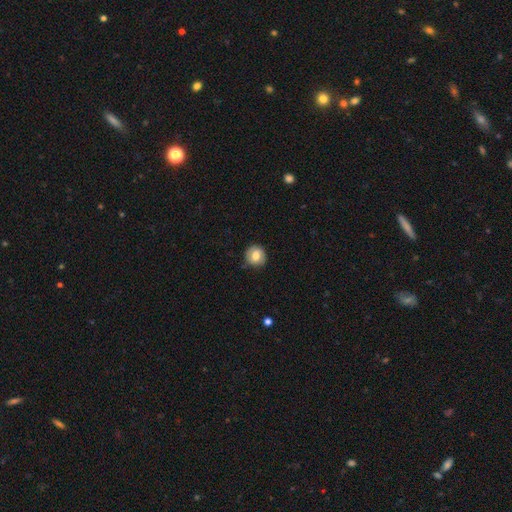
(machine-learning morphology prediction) A smooth galaxy with no disk features (70%) that is round (88%).

Vote fractions:
- Smooth or featured? smooth: 70% / featured or disk: 21% / star or artifact: 8%
- How rounded? round: 88% / in between: 11% / cigar-shaped: 1%
- Merging? none: 83% / minor disturbance: 12% / major disturbance: 3% / merger: 1%